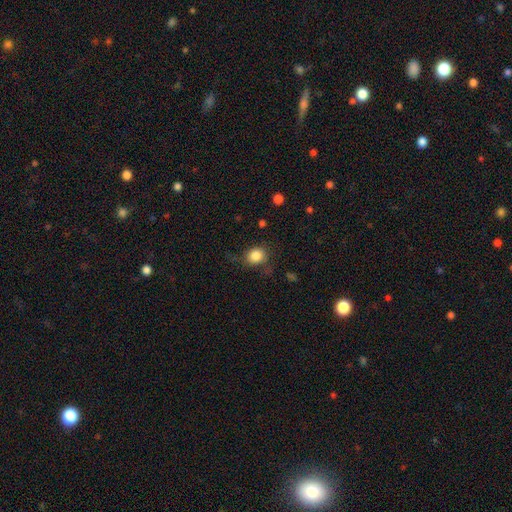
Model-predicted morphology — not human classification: The model was most divided on "how rounded": round: 68%, in between: 32%, cigar-shaped: 1%. More confident: smooth or featured — smooth (84%); merging — none (68%).